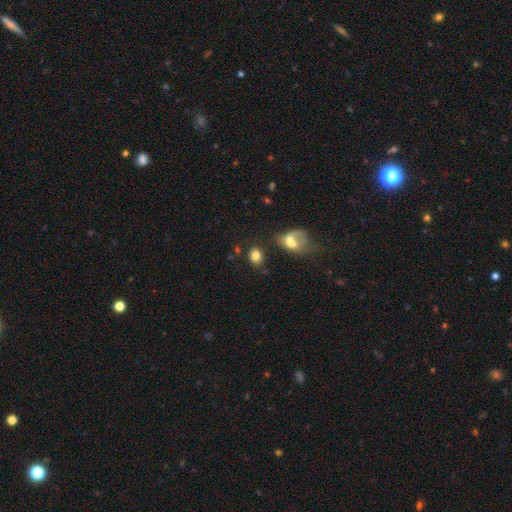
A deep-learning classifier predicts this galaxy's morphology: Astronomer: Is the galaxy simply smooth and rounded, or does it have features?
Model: smooth — 81%.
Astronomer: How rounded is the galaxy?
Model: in between — 54% (runner-up: round, 45%).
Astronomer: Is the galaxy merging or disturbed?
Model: none — 61%.